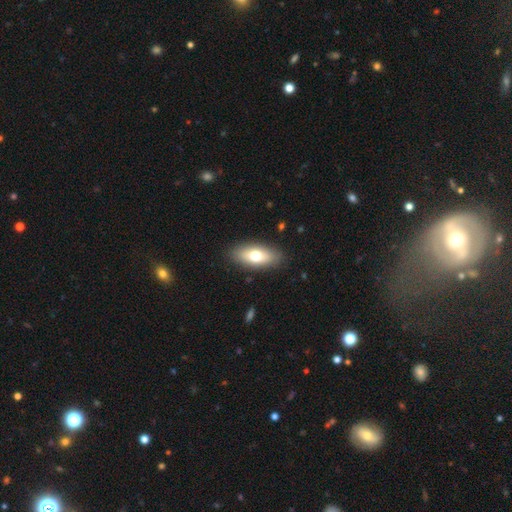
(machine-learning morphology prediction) Smooth or featured?
  - smooth: 68% *
  - featured or disk: 25%
  - star or artifact: 7%
How rounded?
  - in between: 83% *
  - cigar-shaped: 13%
  - round: 4%
Merging?
  - none: 88% *
  - minor disturbance: 9%
  - major disturbance: 2%
  - merger: 1%